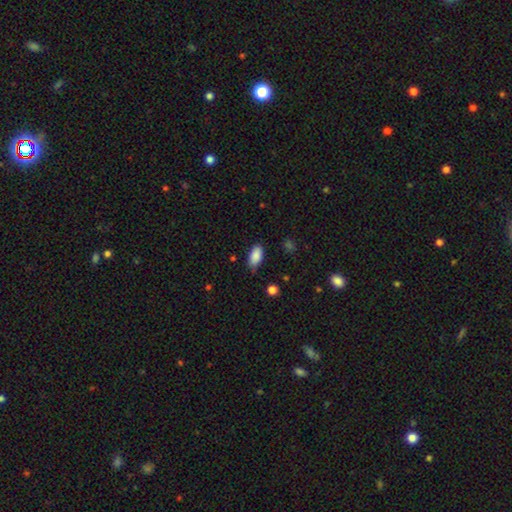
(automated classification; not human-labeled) Smooth or featured? Predicted: smooth (p=0.88). How rounded? Predicted: in between (p=0.92). Merging? Predicted: none (p=0.76).